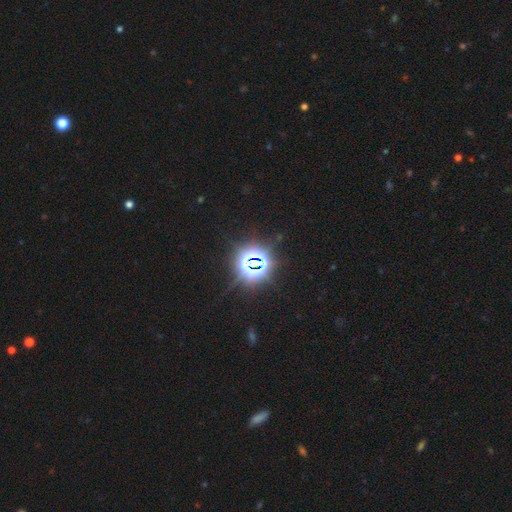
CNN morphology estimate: Smooth or featured?
  - star or artifact: 81% *
  - smooth: 11%
  - featured or disk: 8%